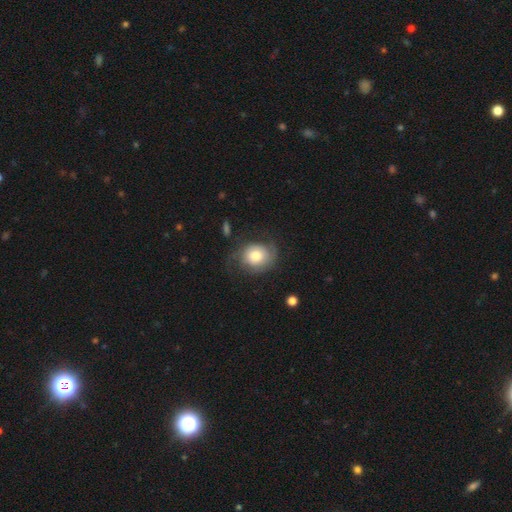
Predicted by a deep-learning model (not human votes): A smooth galaxy with no disk features (53%) that is round (67%). Merging: none (54%).